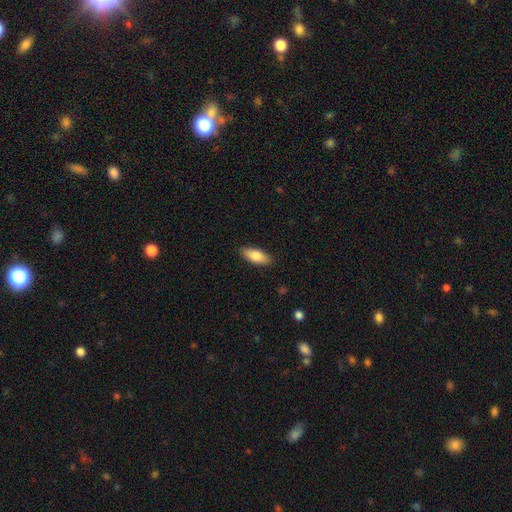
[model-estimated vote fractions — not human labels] Overall: smooth (80%). How rounded: in between (76%). Merging: none (88%).